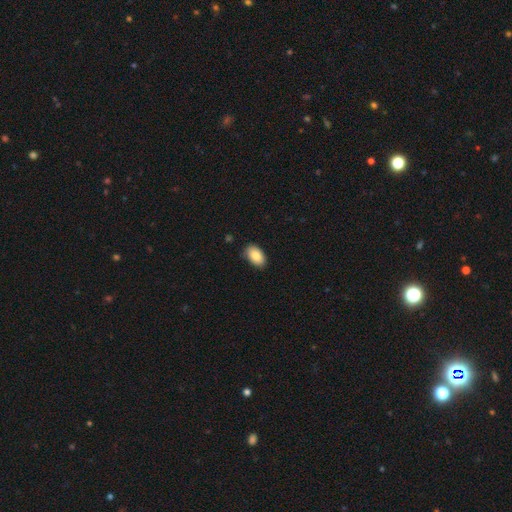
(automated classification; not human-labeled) smooth 85%, featured or disk 8%, star or artifact 7%. Down the decision tree: how rounded — in between (93%); merging — none (84%).